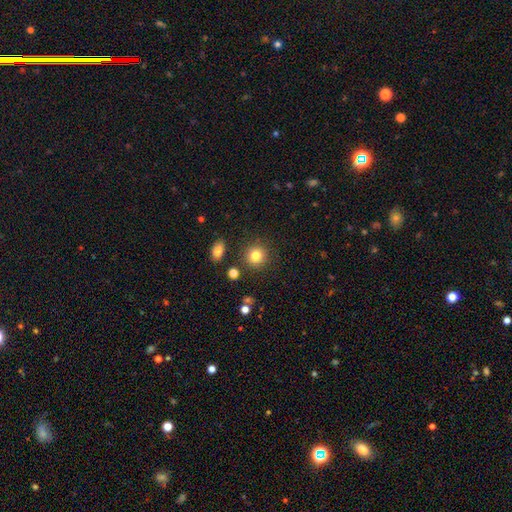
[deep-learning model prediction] Q: Smooth or featured?
A: smooth (81%); runner-up: star or artifact (12%)
Q: How rounded?
A: round (91%); runner-up: in between (8%)
Q: Merging?
A: none (87%); runner-up: minor disturbance (7%)